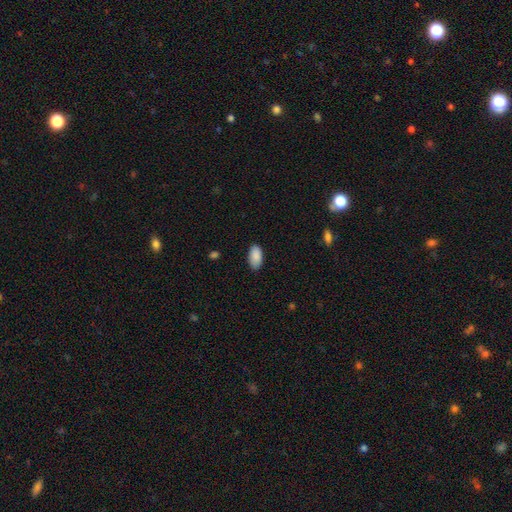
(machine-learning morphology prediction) This is clearly a smooth galaxy (89%). How rounded: clearly in between (94%). Merging: clearly none (85%).